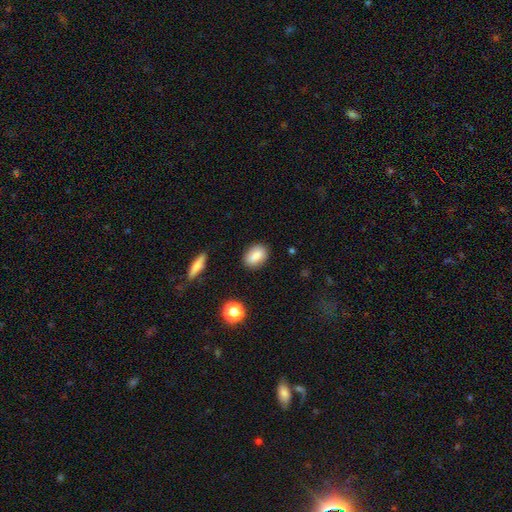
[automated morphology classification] Smooth or featured?
  - smooth: 86% *
  - star or artifact: 8%
  - featured or disk: 6%
How rounded?
  - in between: 80% *
  - round: 17%
  - cigar-shaped: 2%
Merging?
  - none: 84% *
  - minor disturbance: 11%
  - major disturbance: 3%
  - merger: 2%